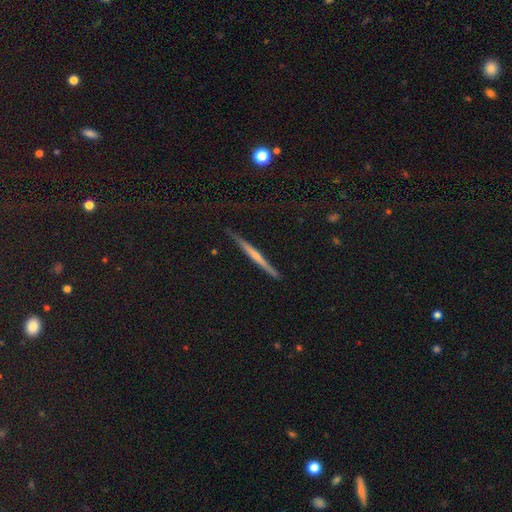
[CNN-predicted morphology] smooth_or_featured: featured or disk (p=0.63) [alt: smooth p=0.29]
disk_edge_on: yes (p=0.98) [alt: no p=0.02]
edge_on_bulge: none (p=0.52) [alt: rounded p=0.39]
merging: none (p=0.87) [alt: minor disturbance p=0.10]